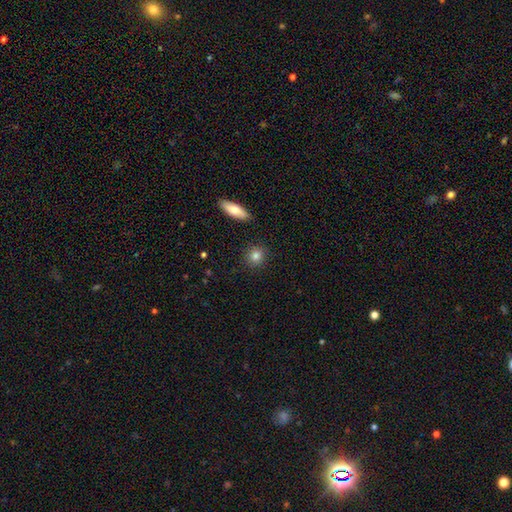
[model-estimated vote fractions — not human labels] Smooth or featured: smooth — 83% (star or artifact — 9%)
How rounded: round — 82% (in between — 16%)
Merging: none — 90% (minor disturbance — 6%)